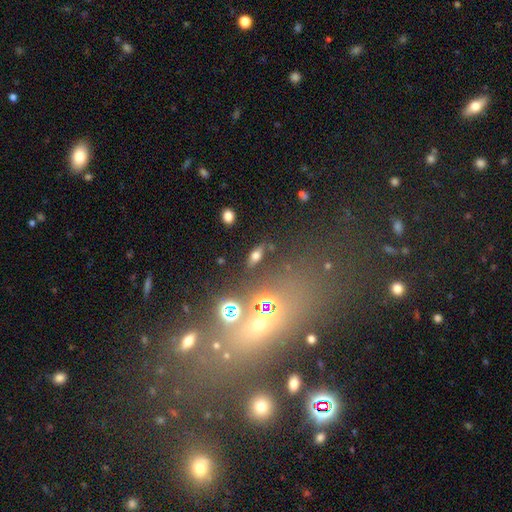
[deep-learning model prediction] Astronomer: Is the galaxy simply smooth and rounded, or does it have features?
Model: smooth — 55%.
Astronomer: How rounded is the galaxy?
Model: in between — 70%.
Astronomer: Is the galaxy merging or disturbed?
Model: none — 82%.